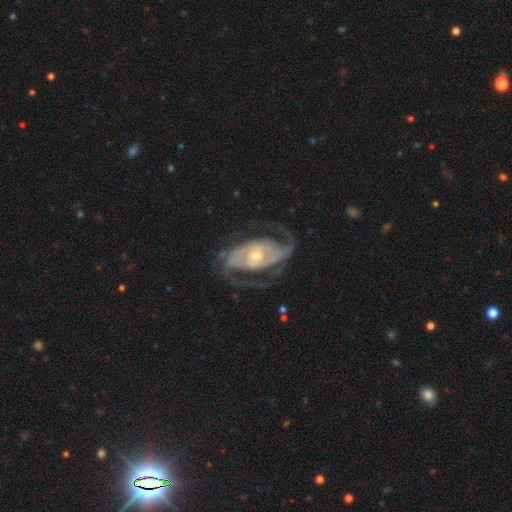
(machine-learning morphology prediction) Smooth or featured? featured or disk (91%)
Edge-on disk? no (96%)
Bar? no (52%)
Spiral arms? yes (97%)
Spiral winding? medium (46%)
Spiral arm count? 2 (78%)
Bulge size? moderate (52%)
Merging? none (69%)